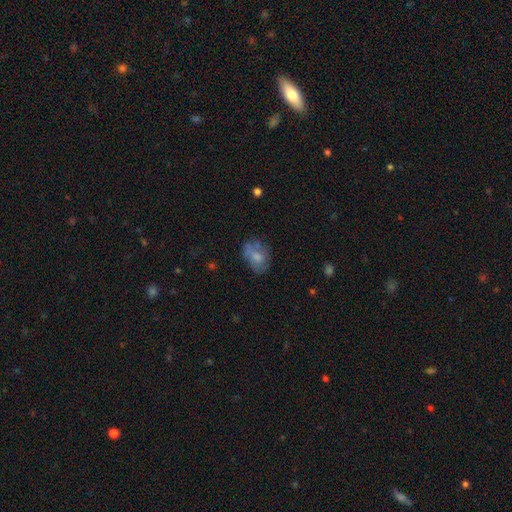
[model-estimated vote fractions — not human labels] A smooth galaxy with no disk features (59%) that is in between round and cigar-shaped (77%).

Vote fractions:
- Smooth or featured? smooth: 59% / featured or disk: 31% / star or artifact: 10%
- How rounded? in between: 77% / round: 22% / cigar-shaped: 1%
- Merging? none: 49% / minor disturbance: 27% / major disturbance: 18% / merger: 7%